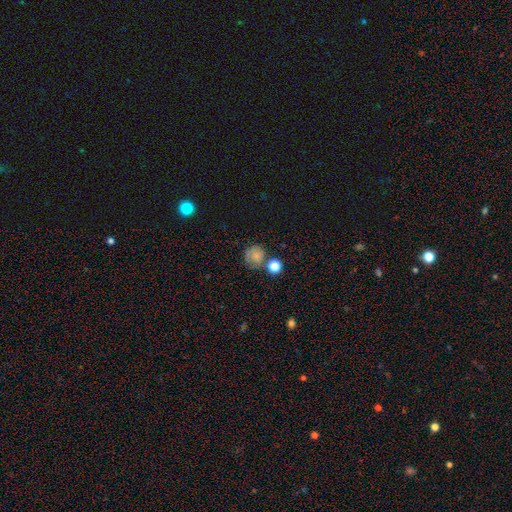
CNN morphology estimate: A smooth galaxy with no disk features (68%) that is round (84%). Merging: none (56%).